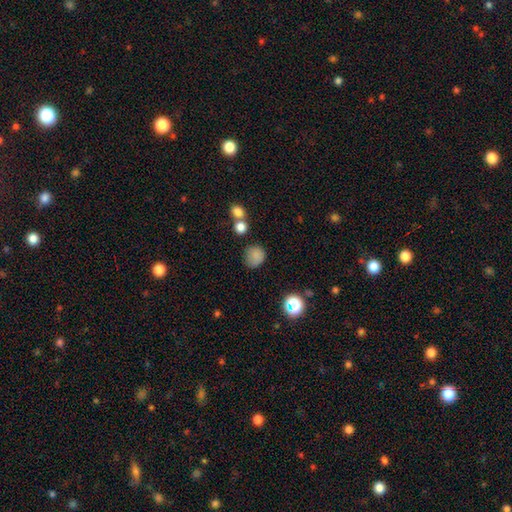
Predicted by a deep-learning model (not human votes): Smooth or featured: smooth — 80% (star or artifact — 14%)
How rounded: round — 83% (in between — 16%)
Merging: none — 70% (minor disturbance — 18%)